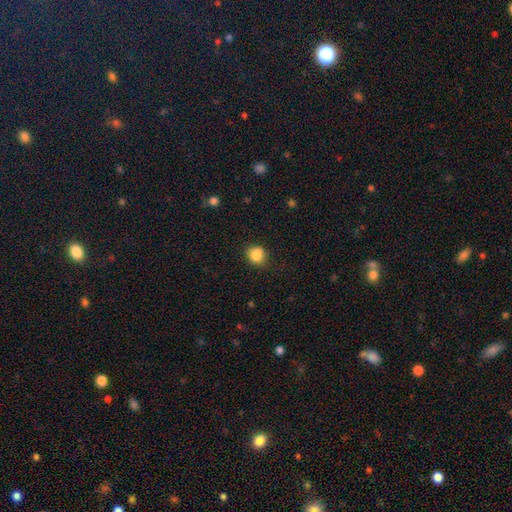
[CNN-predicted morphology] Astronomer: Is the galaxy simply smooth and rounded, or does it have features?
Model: smooth — 84%.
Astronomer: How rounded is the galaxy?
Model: round — 76%.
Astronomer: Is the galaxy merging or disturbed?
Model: none — 73%.